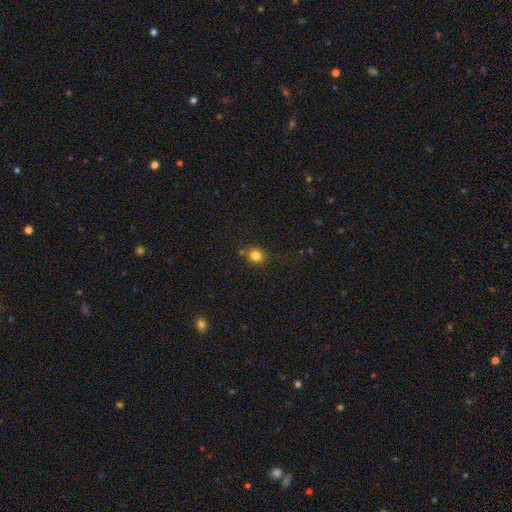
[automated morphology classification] smooth-or-featured: smooth: 82% | star or artifact: 12% | featured or disk: 6%
  how-rounded: round: 82% | in between: 17% | cigar-shaped: 1%
  merging: none: 78% | minor disturbance: 12% | merger: 7% | major disturbance: 3%